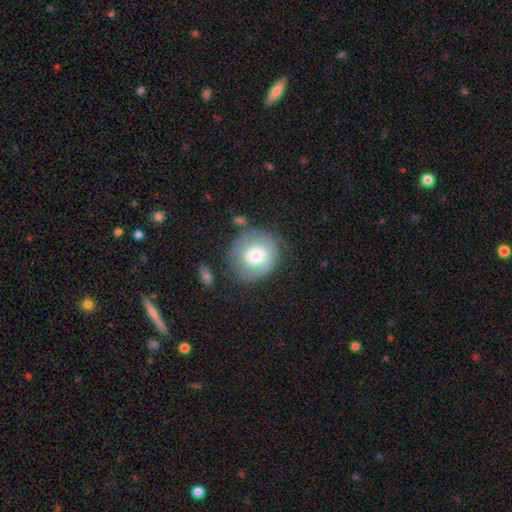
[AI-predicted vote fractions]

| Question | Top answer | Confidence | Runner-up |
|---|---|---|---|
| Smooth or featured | smooth | 54% | featured or disk (39%) |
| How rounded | round | 82% | in between (17%) |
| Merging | none | 67% | minor disturbance (20%) |